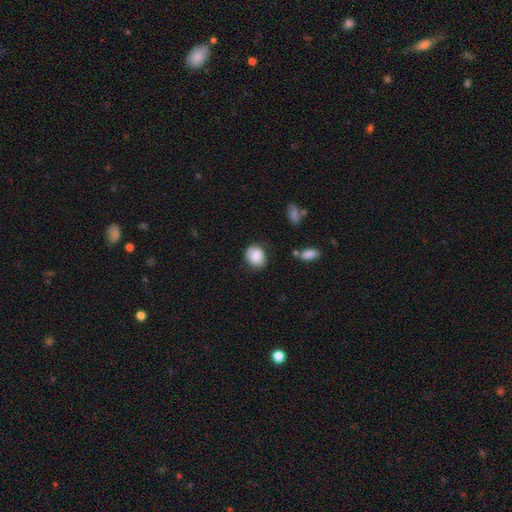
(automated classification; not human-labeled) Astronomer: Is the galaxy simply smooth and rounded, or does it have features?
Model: smooth — 80%.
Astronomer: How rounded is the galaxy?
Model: round — 57% (runner-up: in between, 42%).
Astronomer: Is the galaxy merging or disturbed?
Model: none — 75%.